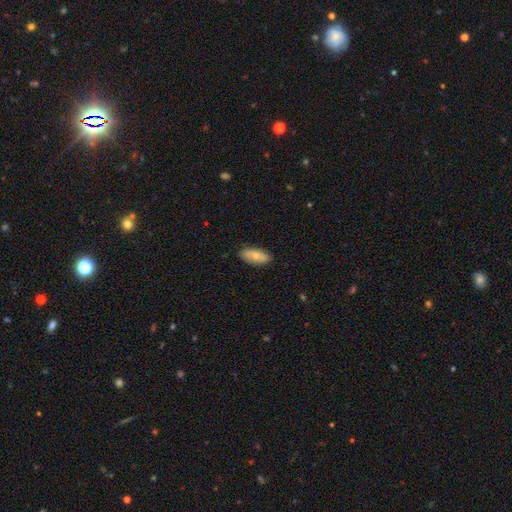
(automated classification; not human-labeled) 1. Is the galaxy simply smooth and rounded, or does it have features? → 66% smooth, 27% featured or disk, 6% star or artifact.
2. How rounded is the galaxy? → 87% in between, 10% cigar-shaped, 3% round.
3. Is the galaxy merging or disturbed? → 84% none, 12% minor disturbance, 2% major disturbance, 1% merger.